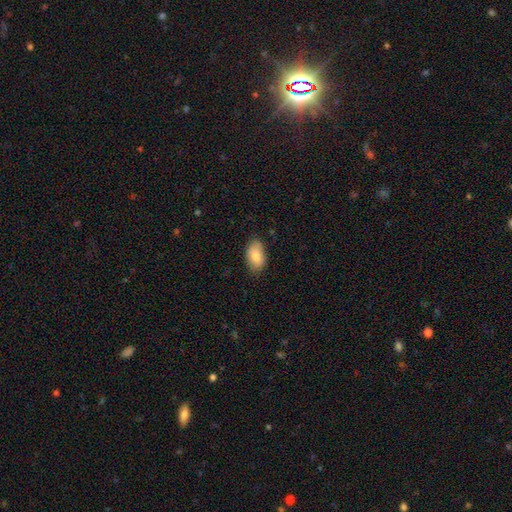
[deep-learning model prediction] Smooth or featured? smooth (82%)
How rounded? in between (93%)
Merging? none (81%)